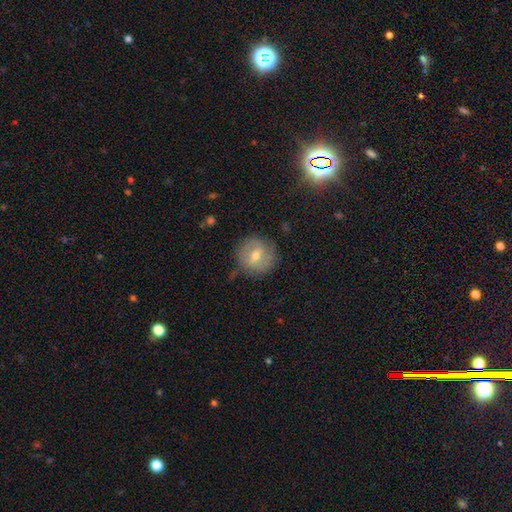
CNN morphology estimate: Smooth or featured: smooth — 44% (tied with featured or disk — 44%)
Merging: none — 80% (minor disturbance — 15%)